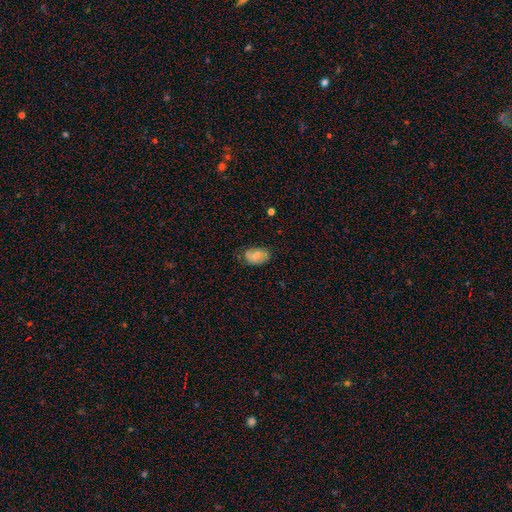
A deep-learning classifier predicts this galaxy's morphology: Q: Smooth or featured?
A: smooth (64%); runner-up: featured or disk (28%)
Q: How rounded?
A: in between (87%); runner-up: round (11%)
Q: Merging?
A: none (63%); runner-up: minor disturbance (27%)